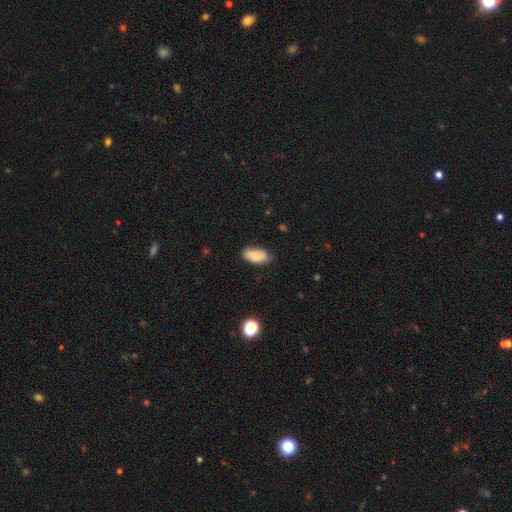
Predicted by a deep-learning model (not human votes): smooth_or_featured: smooth (p=0.82) [alt: featured or disk p=0.10]
how_rounded: in between (p=0.92) [alt: cigar-shaped p=0.04]
merging: none (p=0.67) [alt: minor disturbance p=0.26]